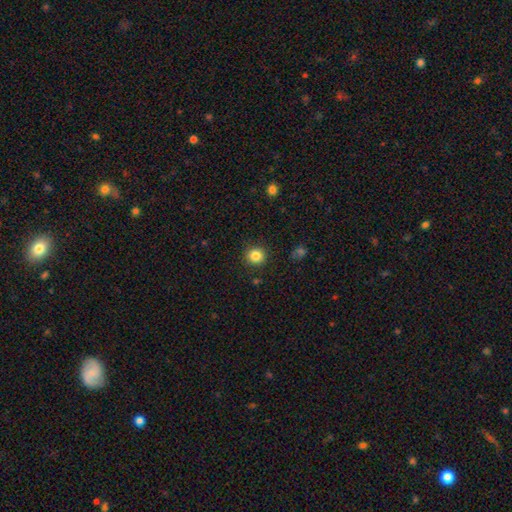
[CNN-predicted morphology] Smooth or featured?
  - smooth: 84% *
  - star or artifact: 11%
  - featured or disk: 5%
How rounded?
  - round: 92% *
  - in between: 7%
  - cigar-shaped: 1%
Merging?
  - none: 90% *
  - minor disturbance: 6%
  - major disturbance: 2%
  - merger: 1%